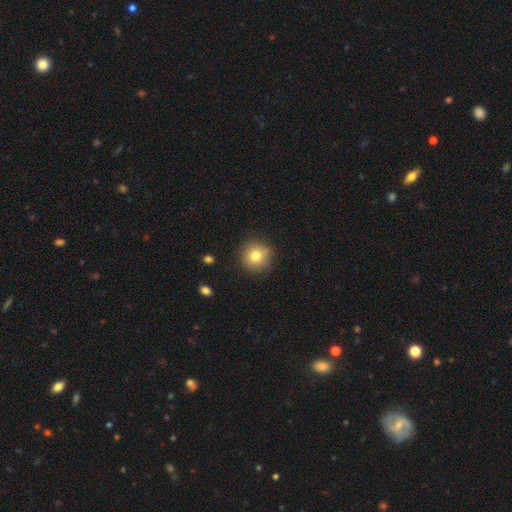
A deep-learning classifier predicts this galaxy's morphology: Smooth or featured: smooth — 79% (star or artifact — 11%)
How rounded: round — 94% (in between — 5%)
Merging: none — 88% (minor disturbance — 9%)